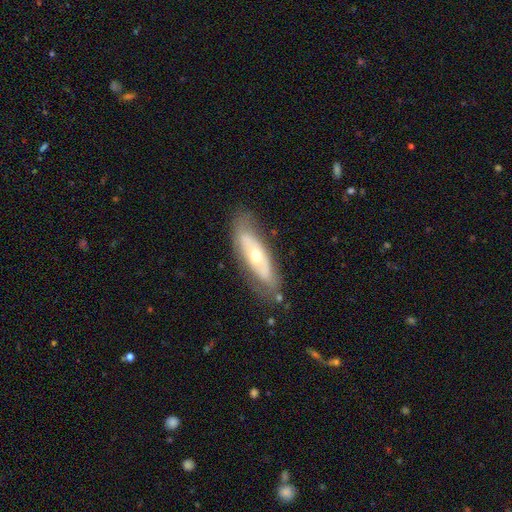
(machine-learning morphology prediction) This is likely a featured or disk galaxy (61%). It is likely not viewed edge-on (72%). Merging: likely none (76%).